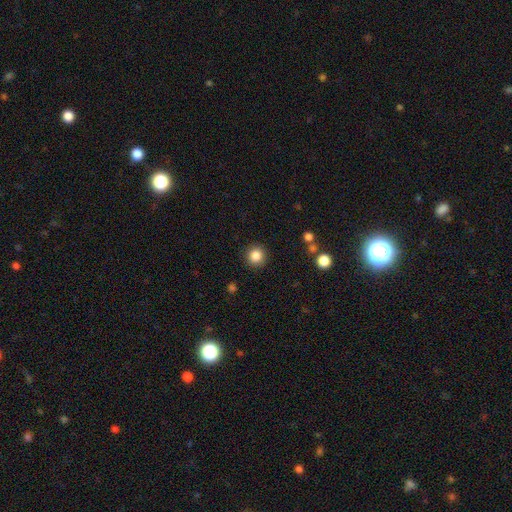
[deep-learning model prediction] smooth 85%, star or artifact 11%, featured or disk 4%. Down the decision tree: how rounded — round (94%); merging — none (91%).